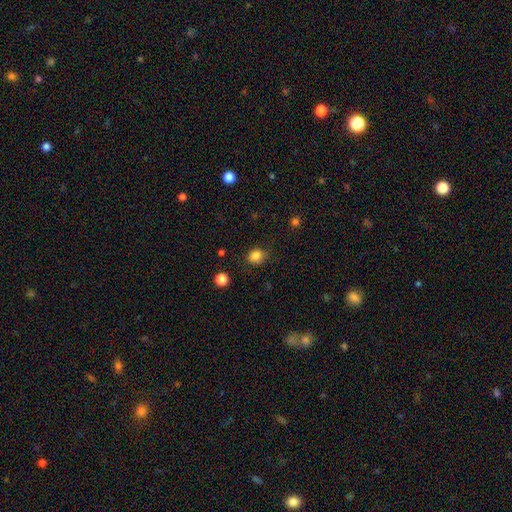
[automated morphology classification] A smooth galaxy with no disk features (84%) that is round (65%).

Vote fractions:
- Smooth or featured? smooth: 84% / star or artifact: 12% / featured or disk: 4%
- How rounded? round: 65% / in between: 35% / cigar-shaped: 1%
- Merging? none: 76% / minor disturbance: 18% / major disturbance: 4% / merger: 2%